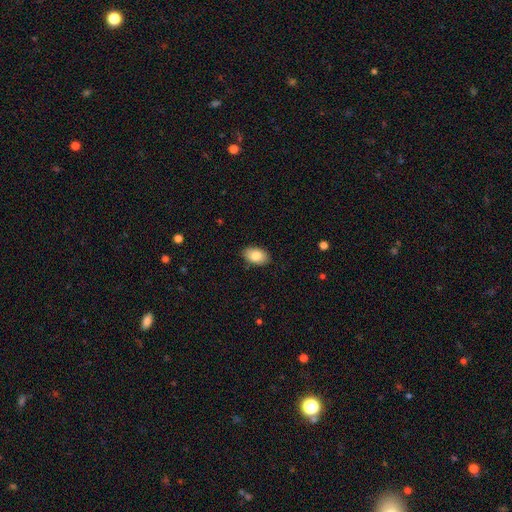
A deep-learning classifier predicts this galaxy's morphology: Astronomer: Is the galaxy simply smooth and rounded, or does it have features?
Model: smooth — 84%.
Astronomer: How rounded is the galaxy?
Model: in between — 91%.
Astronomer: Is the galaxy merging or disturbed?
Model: none — 88%.